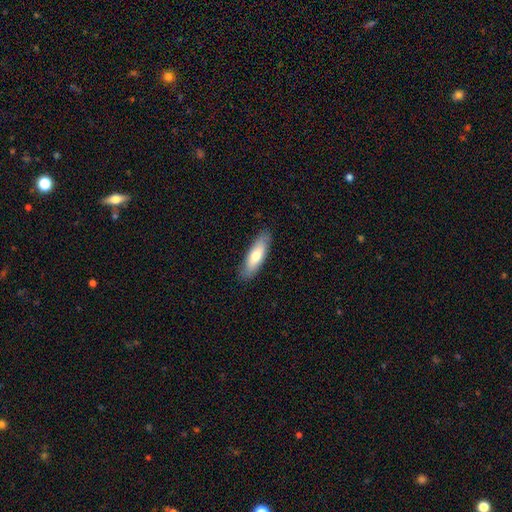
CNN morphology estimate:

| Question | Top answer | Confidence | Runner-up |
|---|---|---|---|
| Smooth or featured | smooth | 70% | featured or disk (24%) |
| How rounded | in between | 53% | cigar-shaped (45%) |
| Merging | none | 86% | minor disturbance (11%) |